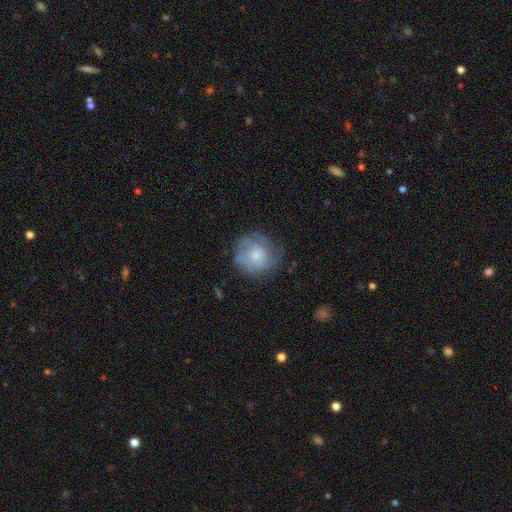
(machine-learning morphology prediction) A smooth galaxy with no disk features (47%).

Vote fractions:
- Smooth or featured? smooth: 47% / featured or disk: 44% / star or artifact: 9%
- Merging? none: 67% / minor disturbance: 20% / major disturbance: 11% / merger: 1%